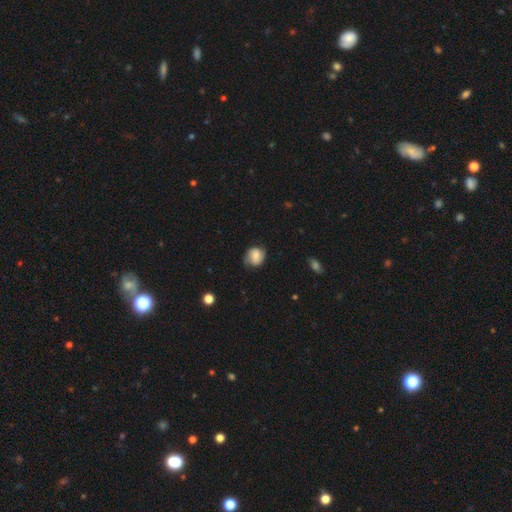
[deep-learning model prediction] smooth-or-featured: smooth: 70% | featured or disk: 22% | star or artifact: 8%
  how-rounded: round: 71% | in between: 28% | cigar-shaped: 1%
  merging: none: 69% | minor disturbance: 24% | major disturbance: 6% | merger: 1%